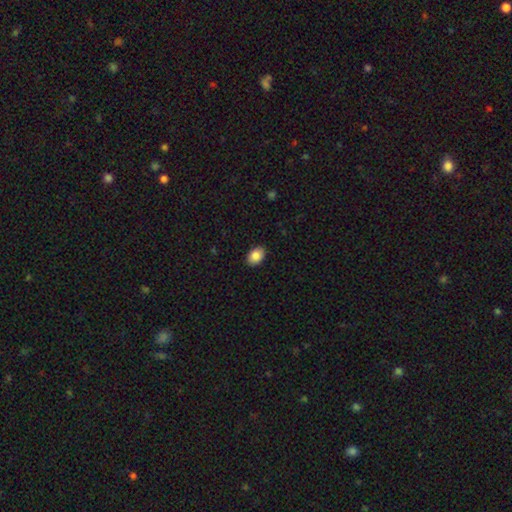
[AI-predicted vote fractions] The model was most divided on "how rounded": in between: 82%, round: 17%, cigar-shaped: 1%. More confident: merging — none (90%); smooth or featured — smooth (86%).